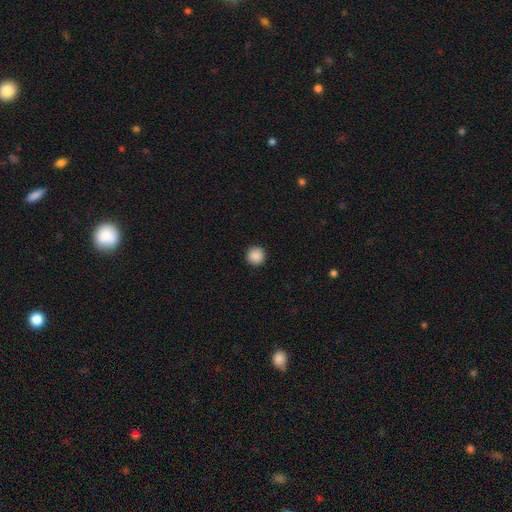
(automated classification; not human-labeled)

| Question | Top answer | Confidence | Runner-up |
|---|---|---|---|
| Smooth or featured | smooth | 88% | star or artifact (9%) |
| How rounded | round | 95% | in between (4%) |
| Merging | none | 93% | minor disturbance (5%) |